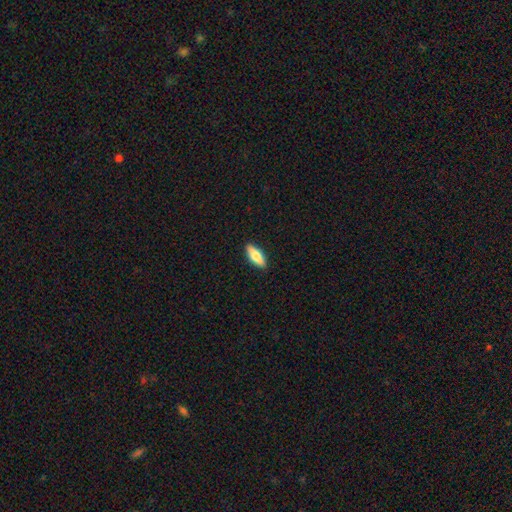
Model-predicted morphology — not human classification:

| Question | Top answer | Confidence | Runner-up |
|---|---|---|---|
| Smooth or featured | smooth | 70% | featured or disk (24%) |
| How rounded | in between | 64% | cigar-shaped (34%) |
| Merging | none | 90% | minor disturbance (7%) |